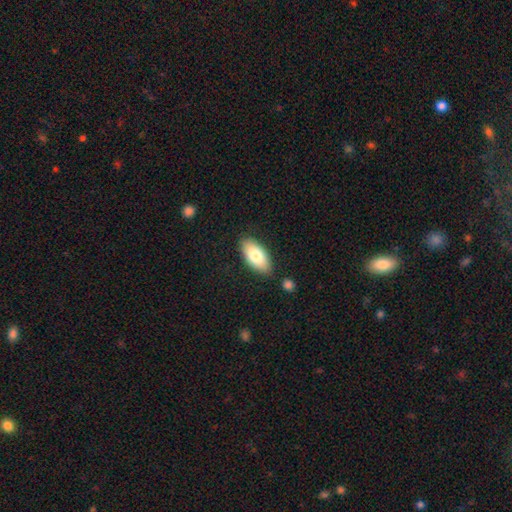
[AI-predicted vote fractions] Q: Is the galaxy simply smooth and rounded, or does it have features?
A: smooth — 78%.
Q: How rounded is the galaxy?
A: in between — 91%.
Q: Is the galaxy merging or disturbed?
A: none — 84%.